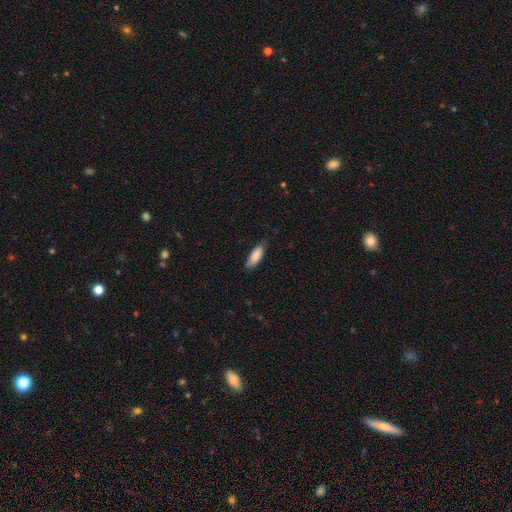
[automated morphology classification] A smooth galaxy with no disk features (86%) that is in between round and cigar-shaped (71%).

Vote fractions:
- Smooth or featured? smooth: 86% / featured or disk: 8% / star or artifact: 6%
- How rounded? in between: 71% / cigar-shaped: 28% / round: 2%
- Merging? none: 73% / minor disturbance: 22% / major disturbance: 4% / merger: 1%